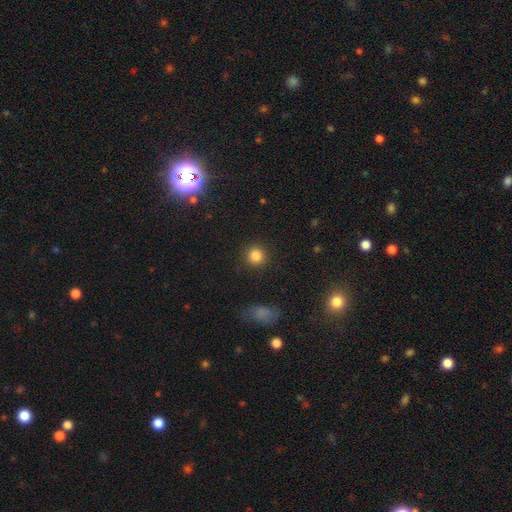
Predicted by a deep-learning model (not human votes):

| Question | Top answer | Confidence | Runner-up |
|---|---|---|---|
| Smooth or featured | smooth | 84% | star or artifact (11%) |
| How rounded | round | 92% | in between (7%) |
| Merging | none | 91% | minor disturbance (6%) |